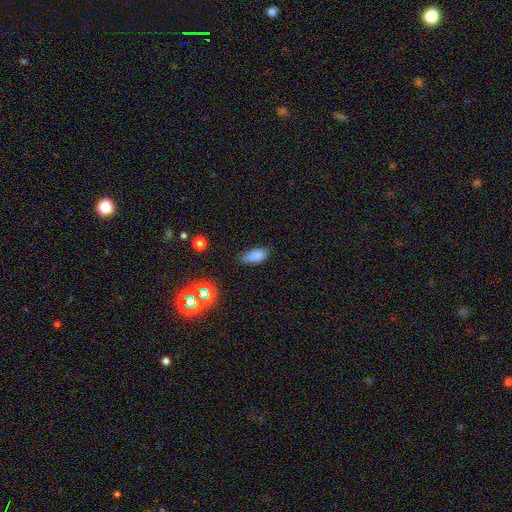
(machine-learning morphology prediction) This is clearly a smooth galaxy (83%). How rounded: clearly in between (87%). Merging: likely none (76%).